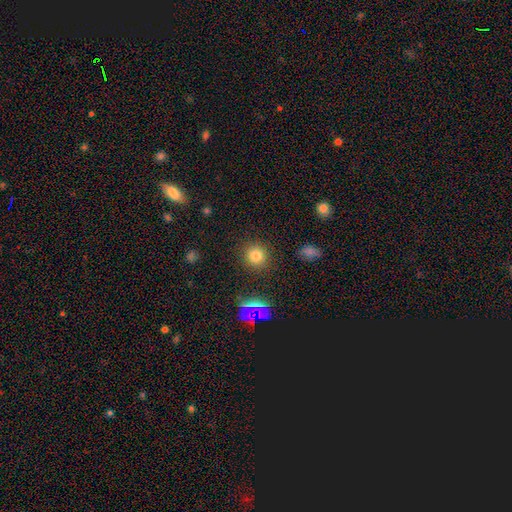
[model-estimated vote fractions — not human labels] Overall: smooth (75%). How rounded: round (93%). Merging: none (89%).